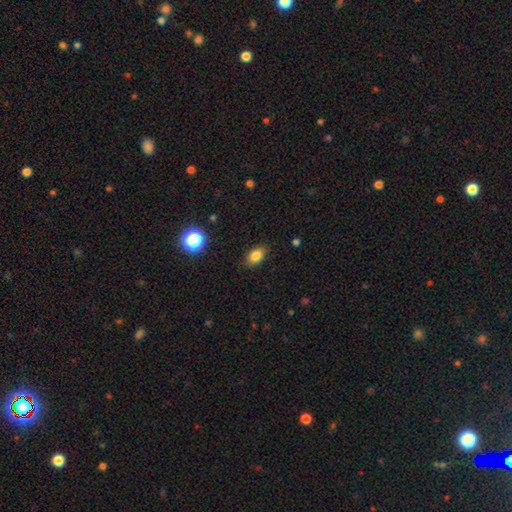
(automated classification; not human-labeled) Overall: smooth (83%). How rounded: in between (84%). Merging: none (85%).